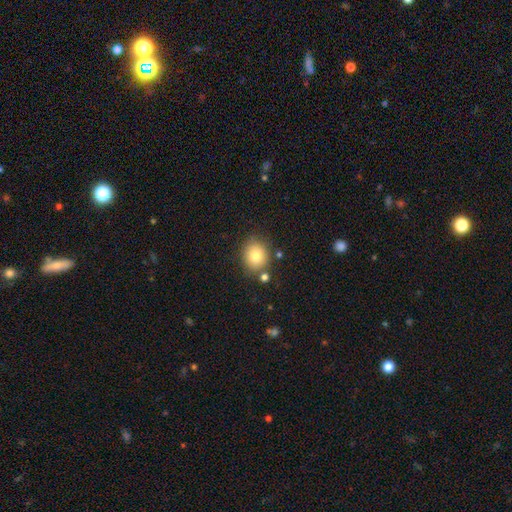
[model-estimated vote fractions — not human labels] smooth_or_featured: smooth (p=0.81) [alt: star or artifact p=0.10]
how_rounded: round (p=0.76) [alt: in between p=0.23]
merging: none (p=0.78) [alt: minor disturbance p=0.12]